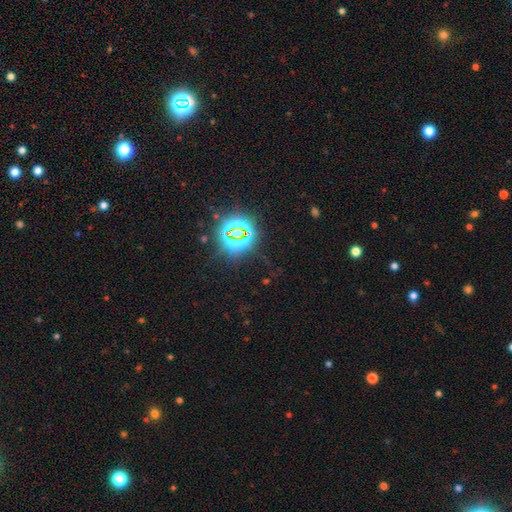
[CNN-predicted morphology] smooth_or_featured: star or artifact (p=0.74) [alt: smooth p=0.20]